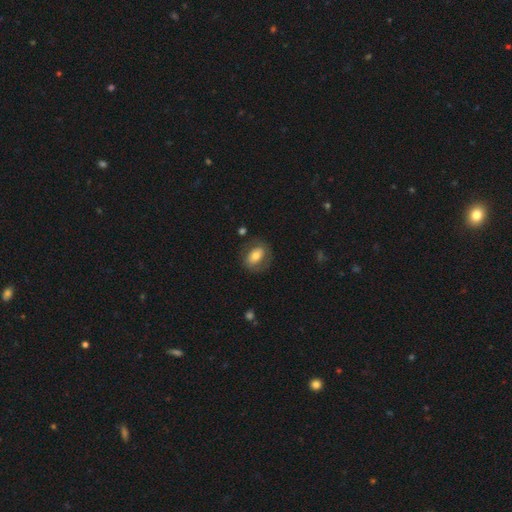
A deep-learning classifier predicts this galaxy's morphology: Smooth or featured? Predicted: smooth (p=0.61). How rounded? Predicted: in between (p=0.74). Merging? Predicted: none (p=0.72).